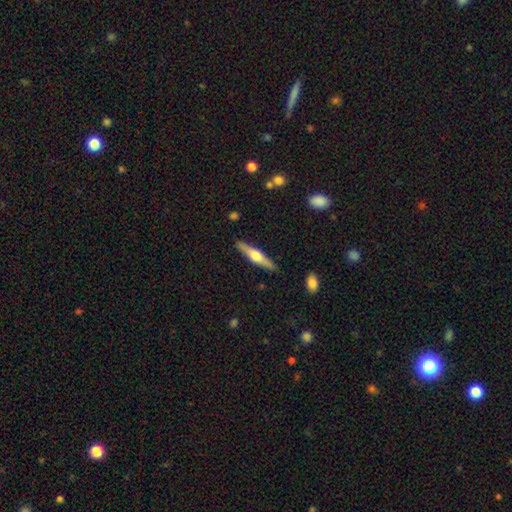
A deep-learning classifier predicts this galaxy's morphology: This appears to be a featured or disk galaxy (64%) viewed edge-on (97%) with a rounded central bulge (93%). Merging: none (89%).